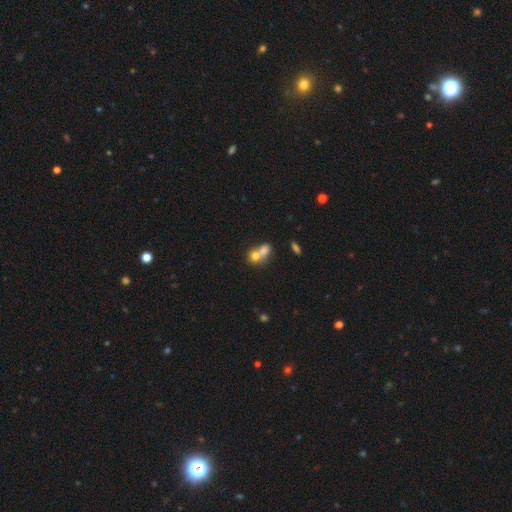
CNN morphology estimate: Smooth or featured? smooth (72%)
How rounded? round (60%)
Merging? merger (69%)